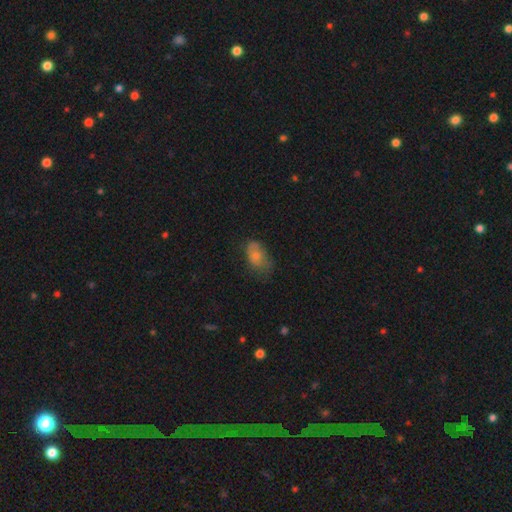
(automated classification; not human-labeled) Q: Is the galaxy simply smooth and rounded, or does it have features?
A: smooth — 73%.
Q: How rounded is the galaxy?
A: in between — 88%.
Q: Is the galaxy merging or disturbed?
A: none — 46%.